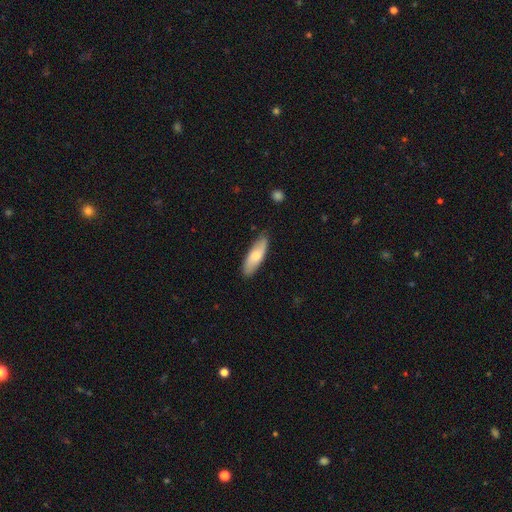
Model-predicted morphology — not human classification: smooth 69%, featured or disk 26%, star or artifact 5%. Down the decision tree: how rounded — in between (54%); merging — none (82%).